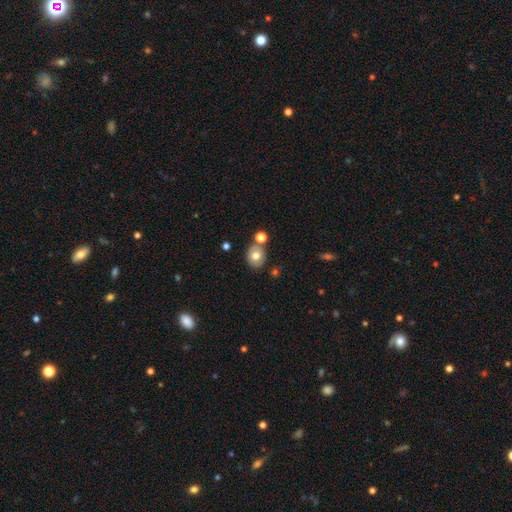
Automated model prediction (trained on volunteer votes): smooth 68%, featured or disk 22%, star or artifact 10%. Down the decision tree: how rounded — round (61%); merging — none (69%).